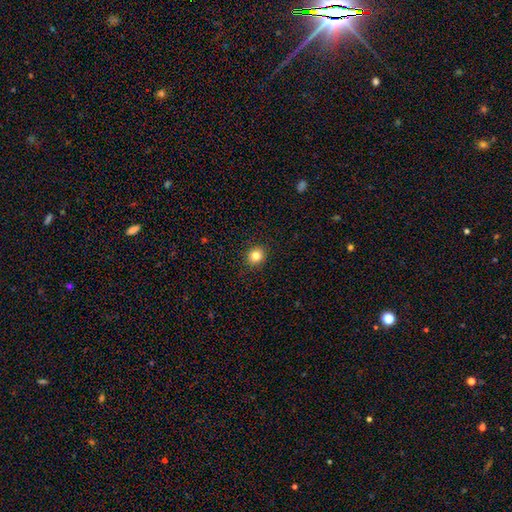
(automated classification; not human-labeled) Morphology: type=smooth (82%); roundness=round (79%); merging=none (91%).